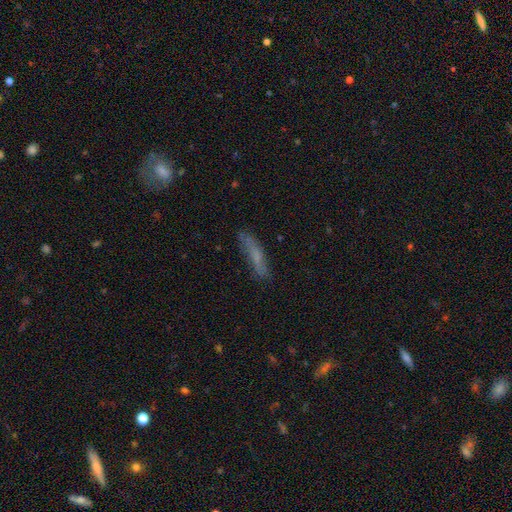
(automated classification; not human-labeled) The model was most divided on "smooth or featured": smooth: 54%, featured or disk: 36%, star or artifact: 10%. More confident: how rounded — cigar-shaped (84%); merging — none (73%).